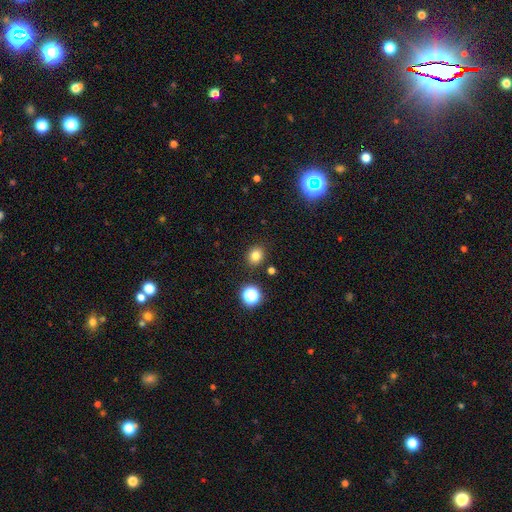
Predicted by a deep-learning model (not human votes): A smooth galaxy with no disk features (79%) that is round (71%).

Vote fractions:
- Smooth or featured? smooth: 79% / star or artifact: 15% / featured or disk: 6%
- How rounded? round: 71% / in between: 28% / cigar-shaped: 1%
- Merging? none: 87% / minor disturbance: 8% / merger: 3% / major disturbance: 2%